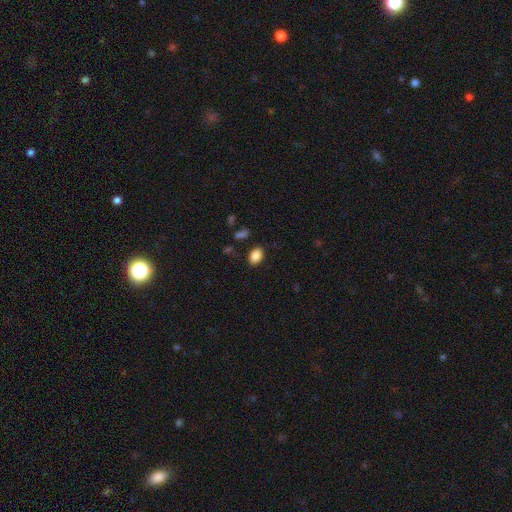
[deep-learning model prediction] Smooth or featured: smooth — 87% (star or artifact — 9%)
How rounded: in between — 82% (round — 17%)
Merging: none — 86% (minor disturbance — 10%)